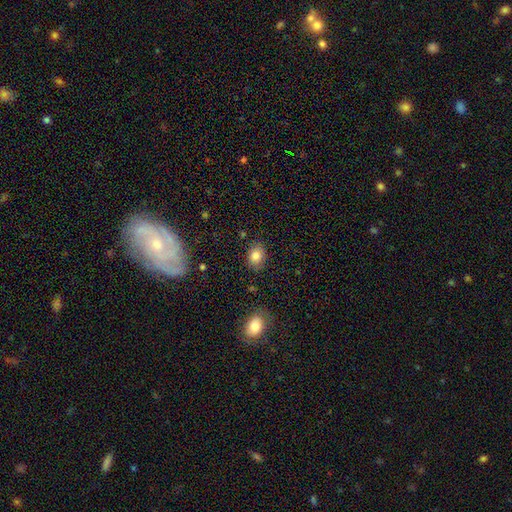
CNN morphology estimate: Smooth or featured?
  - smooth: 83% *
  - star or artifact: 9%
  - featured or disk: 8%
How rounded?
  - in between: 69% *
  - round: 30%
  - cigar-shaped: 1%
Merging?
  - none: 83% *
  - minor disturbance: 12%
  - major disturbance: 3%
  - merger: 2%